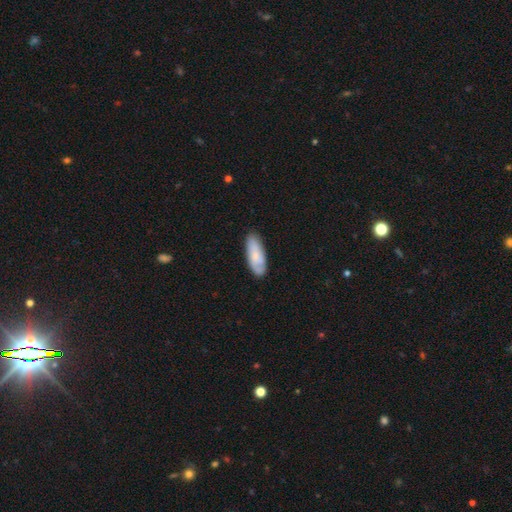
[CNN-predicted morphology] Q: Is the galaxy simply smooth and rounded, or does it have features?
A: smooth — 67%.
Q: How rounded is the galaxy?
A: in between — 71%.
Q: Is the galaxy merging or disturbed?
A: none — 82%.